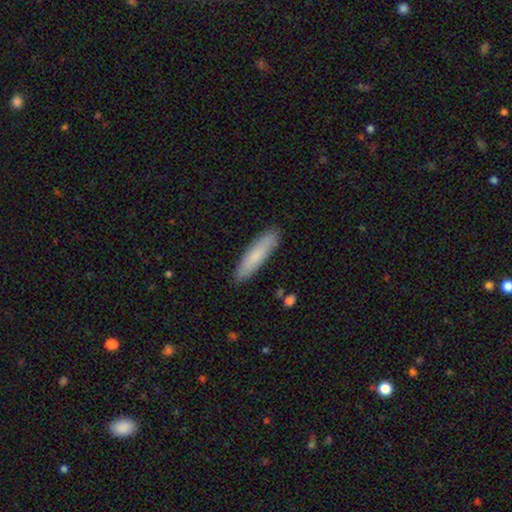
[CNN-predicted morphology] smooth-or-featured: smooth: 79% | featured or disk: 15% | star or artifact: 6%
  how-rounded: cigar-shaped: 80% | in between: 18% | round: 1%
  merging: none: 89% | minor disturbance: 8% | major disturbance: 2% | merger: 1%